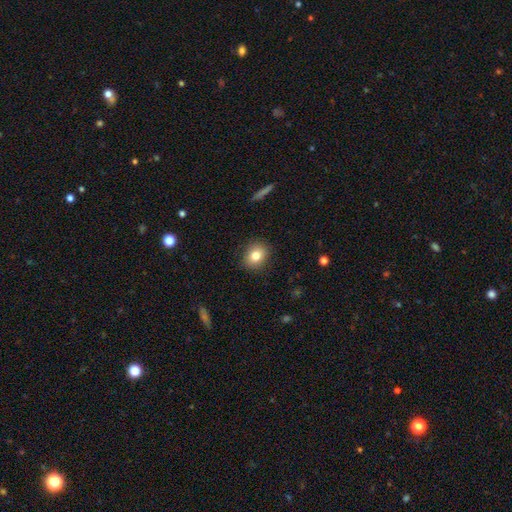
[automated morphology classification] A smooth galaxy with no disk features (80%) that is round (63%).

Vote fractions:
- Smooth or featured? smooth: 80% / star or artifact: 10% / featured or disk: 10%
- How rounded? round: 63% / in between: 36% / cigar-shaped: 1%
- Merging? none: 89% / minor disturbance: 8% / major disturbance: 2% / merger: 1%